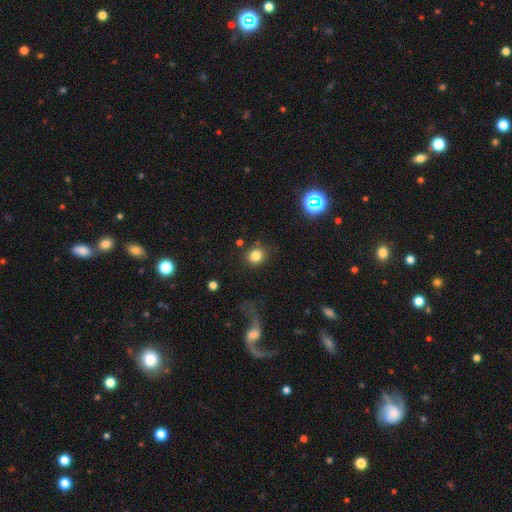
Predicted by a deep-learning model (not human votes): Q: Smooth or featured?
A: smooth (81%); runner-up: star or artifact (12%)
Q: How rounded?
A: round (80%); runner-up: in between (19%)
Q: Merging?
A: none (81%); runner-up: minor disturbance (10%)